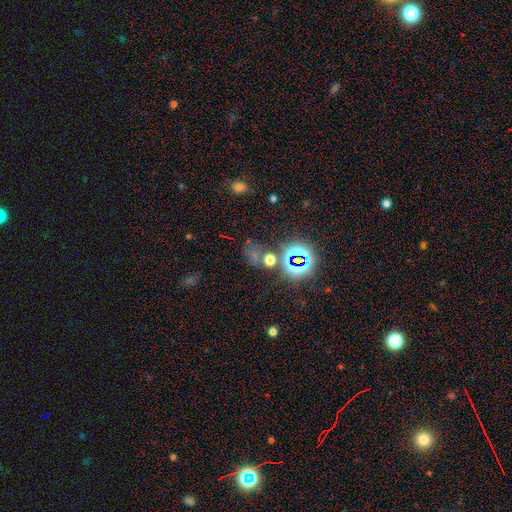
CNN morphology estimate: Smooth or featured? Predicted: star or artifact (p=0.51).